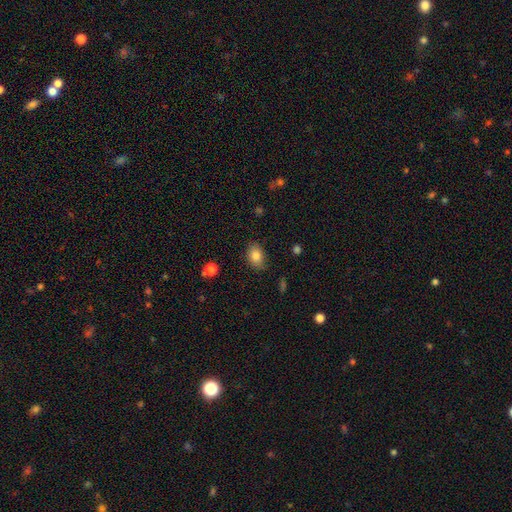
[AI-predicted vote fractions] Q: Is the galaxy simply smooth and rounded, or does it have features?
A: smooth — 83%.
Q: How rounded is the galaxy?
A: in between — 80%.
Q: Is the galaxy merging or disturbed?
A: none — 81%.